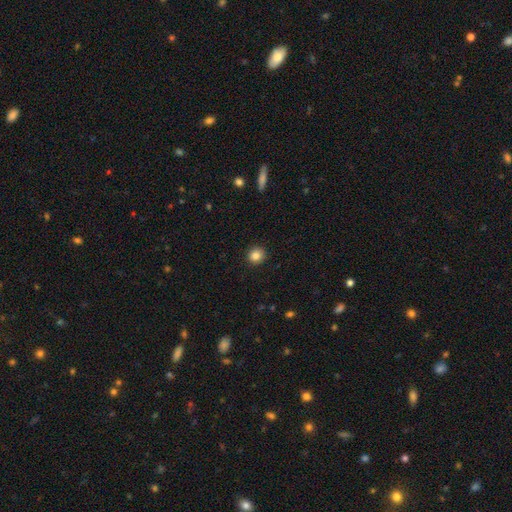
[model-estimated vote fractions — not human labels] This is clearly a smooth galaxy (84%). How rounded: clearly round (88%). Merging: clearly none (92%).